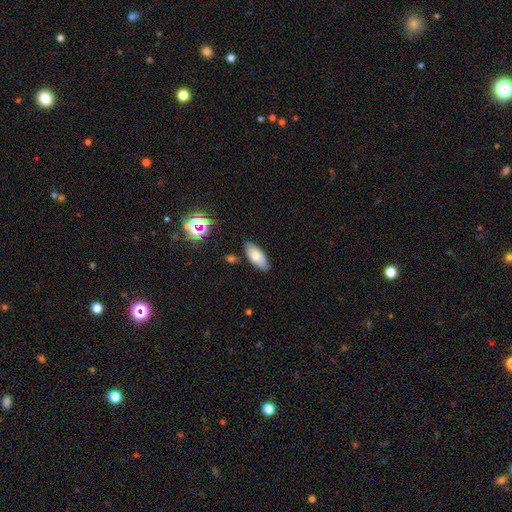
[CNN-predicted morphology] type=smooth (68%); roundness=in between (87%); merging=none (82%).